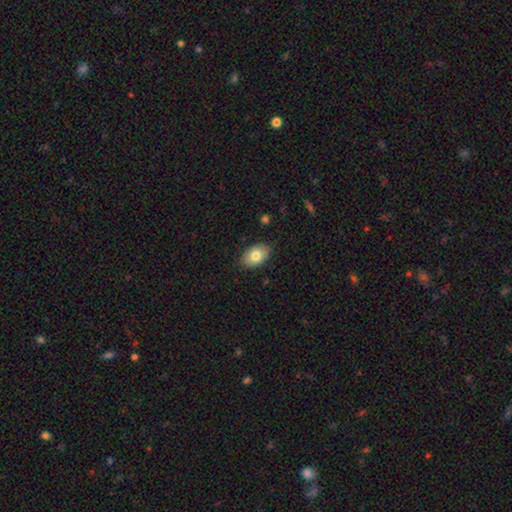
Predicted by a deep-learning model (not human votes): Morphology: type=smooth (79%); roundness=in between (86%); merging=none (83%).